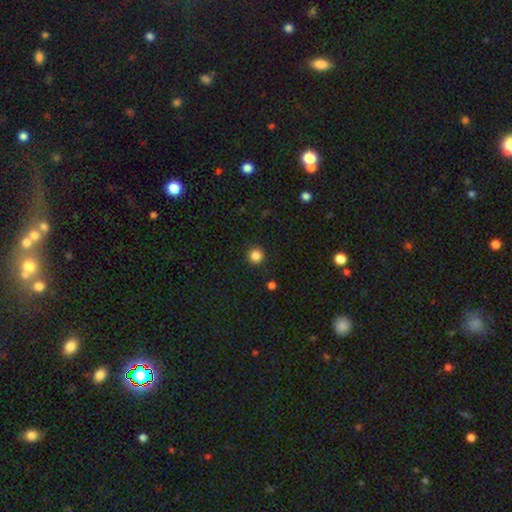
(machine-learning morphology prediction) A smooth galaxy with no disk features (85%) that is round (95%). Merging: none (92%).